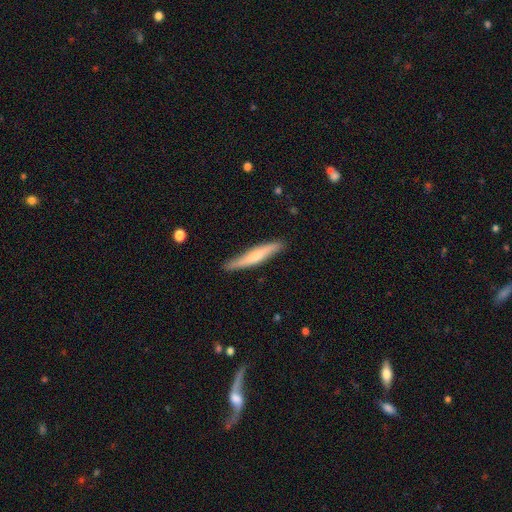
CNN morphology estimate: Smooth or featured? smooth (56%)
How rounded? cigar-shaped (93%)
Merging? none (85%)